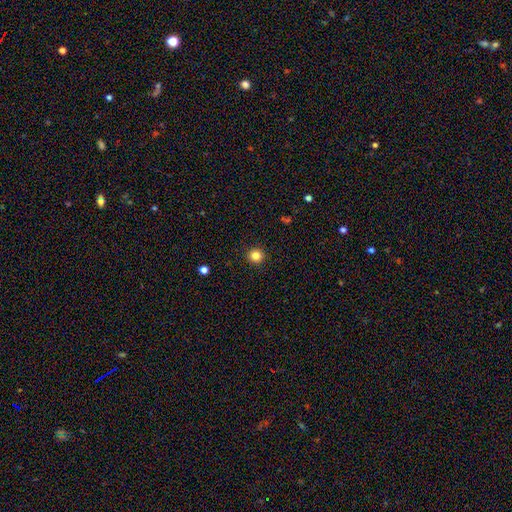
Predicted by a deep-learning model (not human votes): smooth_or_featured: smooth (p=0.83) [alt: star or artifact p=0.13]
how_rounded: round (p=0.94) [alt: in between p=0.05]
merging: none (p=0.93) [alt: minor disturbance p=0.04]